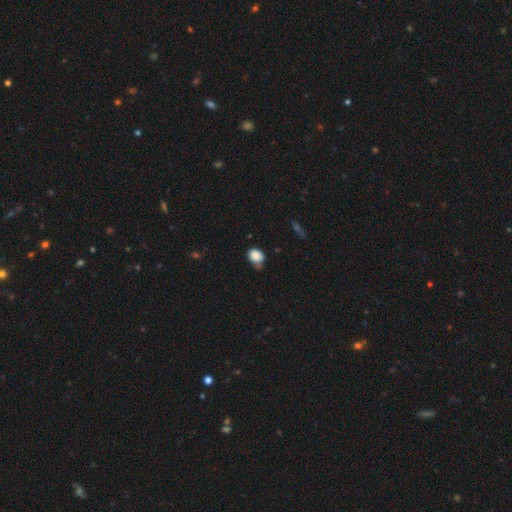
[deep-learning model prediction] The model was most divided on "how rounded": round: 50%, in between: 49%, cigar-shaped: 1%. More confident: smooth or featured — smooth (86%); merging — none (50%).